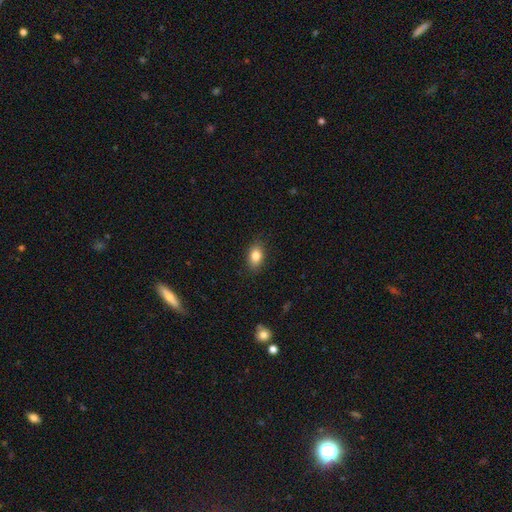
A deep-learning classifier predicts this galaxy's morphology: type=smooth (84%); roundness=in between (85%); merging=none (86%).